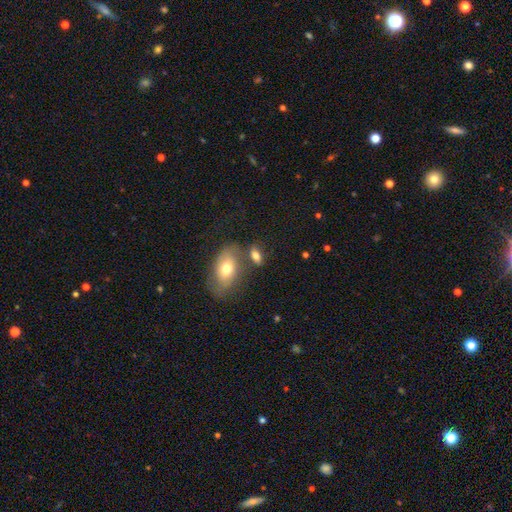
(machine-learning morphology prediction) smooth_or_featured: smooth (p=0.73) [alt: featured or disk p=0.17]
how_rounded: in between (p=0.82) [alt: round p=0.10]
merging: none (p=0.59) [alt: merger p=0.20]